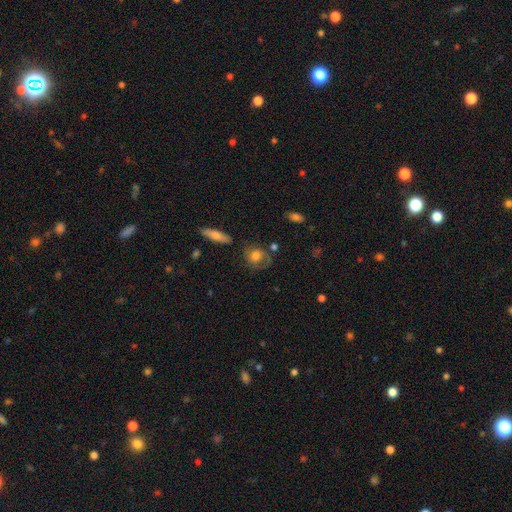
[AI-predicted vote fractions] Smooth or featured? smooth (58%)
How rounded? round (59%)
Merging? none (57%)